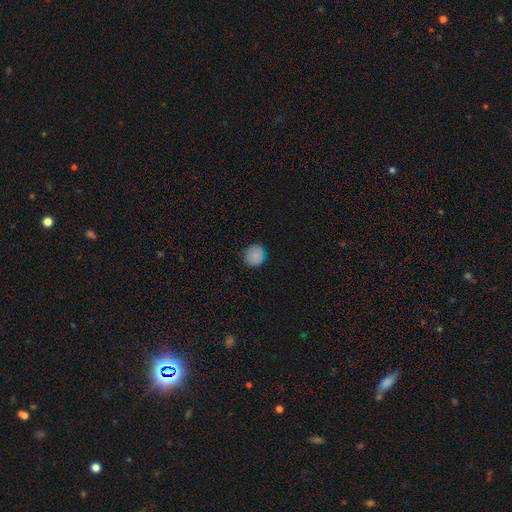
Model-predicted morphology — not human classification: smooth 79%, star or artifact 14%, featured or disk 7%. Down the decision tree: how rounded — round (84%); merging — none (84%).